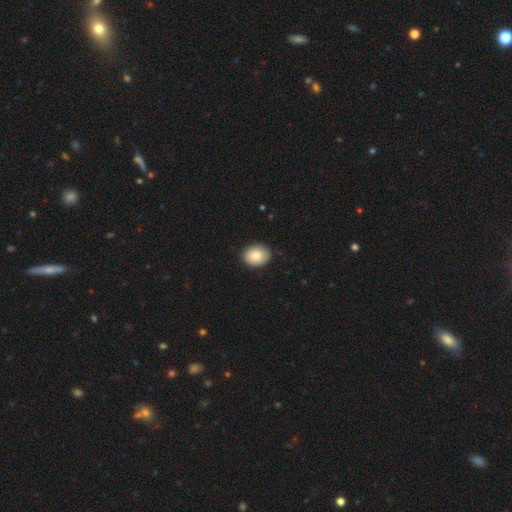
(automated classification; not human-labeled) Q: Smooth or featured?
A: smooth (86%); runner-up: featured or disk (7%)
Q: How rounded?
A: in between (54%); runner-up: round (46%)
Q: Merging?
A: none (88%); runner-up: minor disturbance (9%)